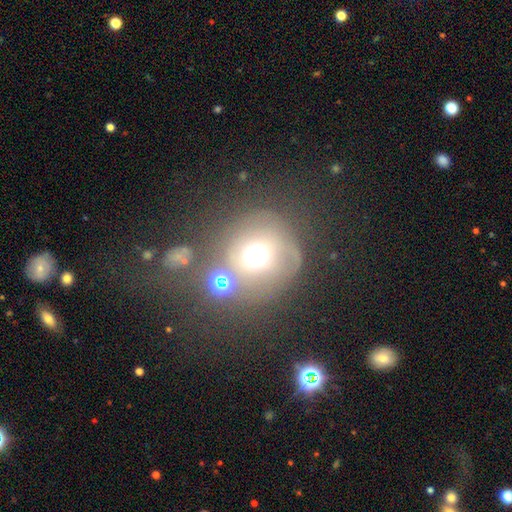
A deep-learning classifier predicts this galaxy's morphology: The model was most divided on "smooth or featured": smooth: 51%, star or artifact: 25%, featured or disk: 24%. More confident: how rounded — round (87%); merging — none (55%).